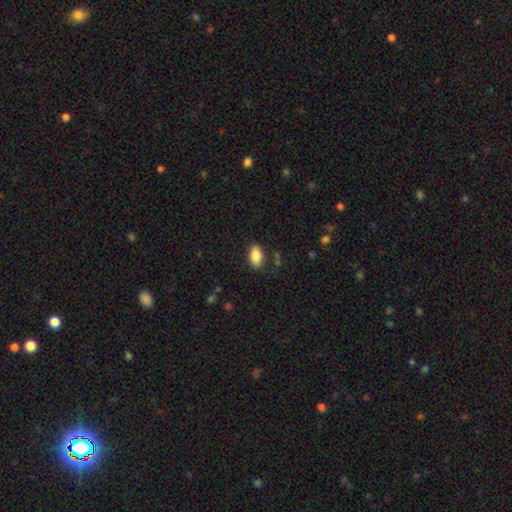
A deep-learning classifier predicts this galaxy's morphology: Q: Smooth or featured?
A: smooth (86%); runner-up: star or artifact (7%)
Q: How rounded?
A: in between (92%); runner-up: round (5%)
Q: Merging?
A: none (84%); runner-up: minor disturbance (11%)